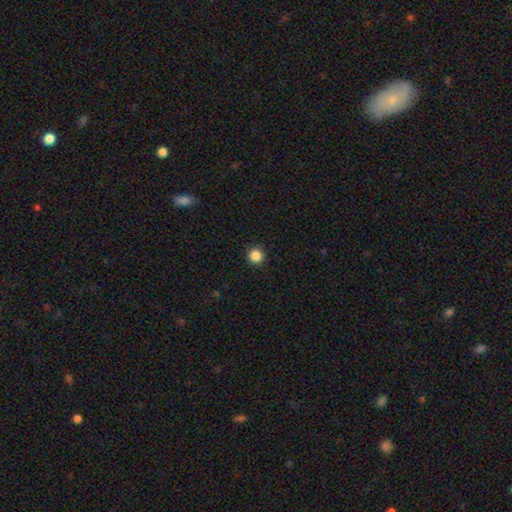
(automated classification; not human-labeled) smooth-or-featured: smooth: 86% | star or artifact: 11% | featured or disk: 3%
  how-rounded: round: 96% | in between: 3% | cigar-shaped: 1%
  merging: none: 93% | minor disturbance: 4% | major disturbance: 1% | merger: 1%